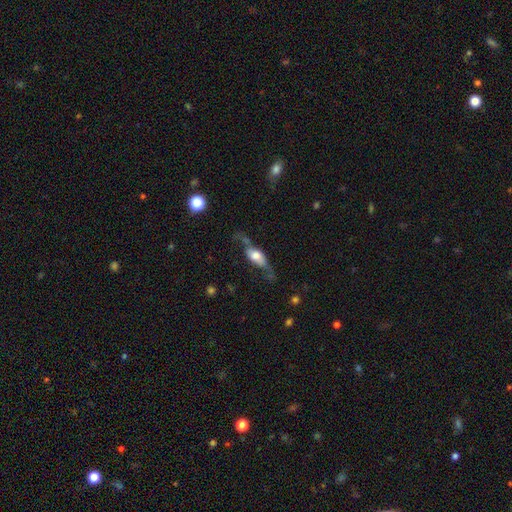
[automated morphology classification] This appears to be a featured or disk galaxy (57%) viewed edge-on (58%). Merging: none (48%).